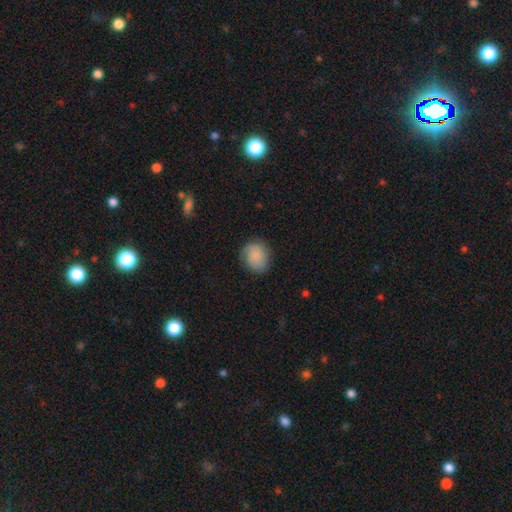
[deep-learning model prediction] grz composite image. It shows a smooth galaxy with no disk features (78%) that is round (73%). Merging: none (76%).